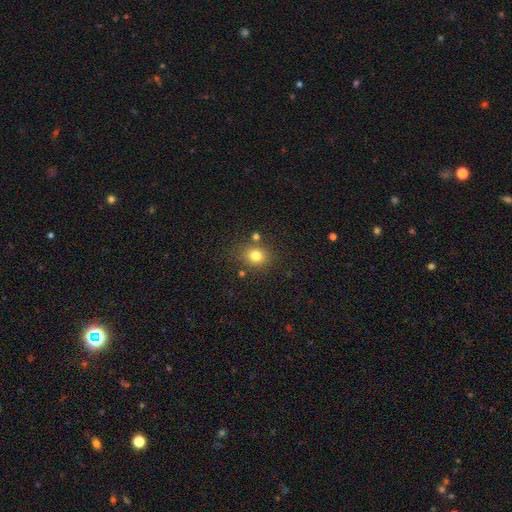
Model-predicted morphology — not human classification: Q: Smooth or featured?
A: smooth (78%); runner-up: star or artifact (14%)
Q: How rounded?
A: round (71%); runner-up: in between (28%)
Q: Merging?
A: none (76%); runner-up: minor disturbance (12%)